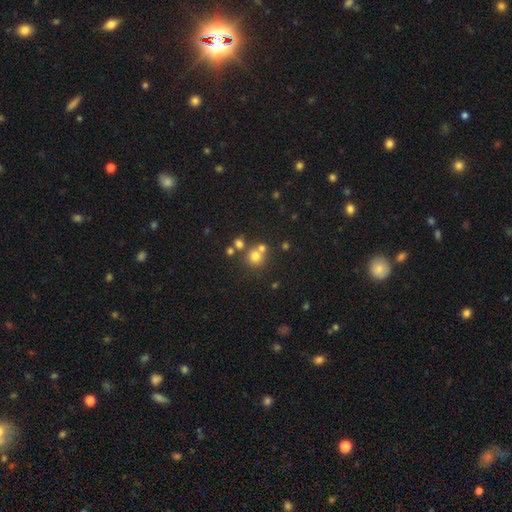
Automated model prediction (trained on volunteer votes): Overall: smooth (71%). How rounded: round (89%). Merging: none (57%; merger 32%).